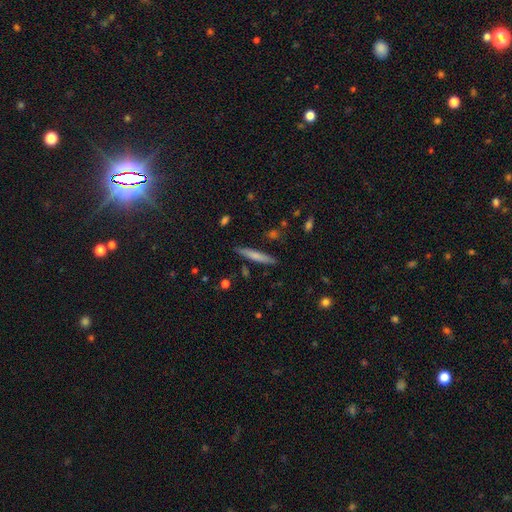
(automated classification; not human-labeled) smooth 68%, featured or disk 26%, star or artifact 6%. Down the decision tree: how rounded — cigar-shaped (94%); merging — none (87%).